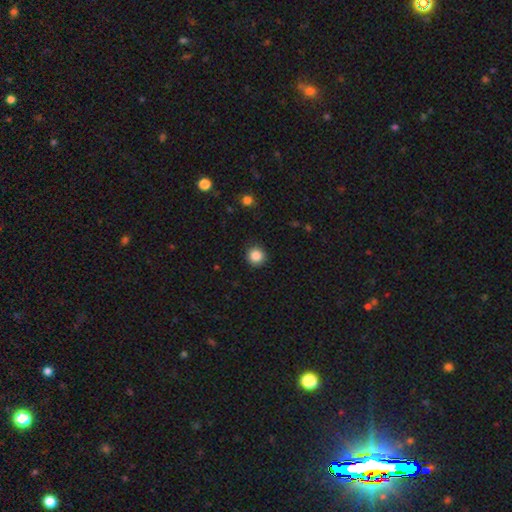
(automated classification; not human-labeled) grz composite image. It shows a smooth galaxy with no disk features (86%) that is round (94%). Merging: none (90%).